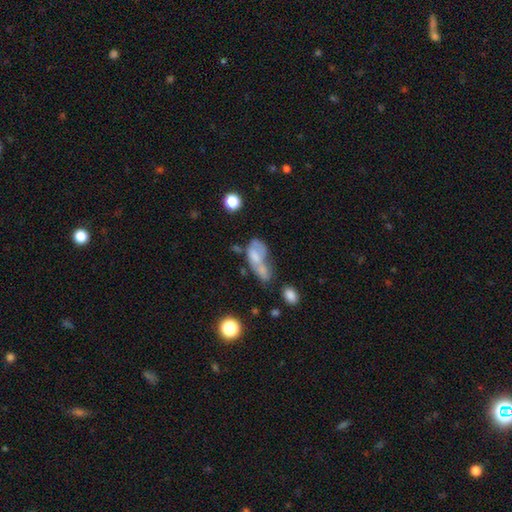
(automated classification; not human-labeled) smooth 57%, featured or disk 33%, star or artifact 11%. Down the decision tree: how rounded — in between (84%); merging — merger (51%).